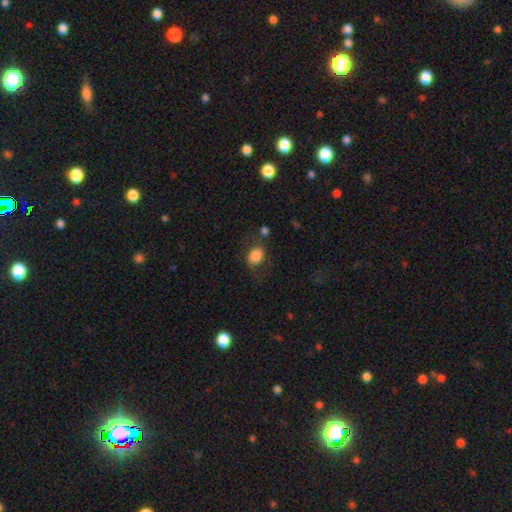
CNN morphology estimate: This appears to be a smooth galaxy with no disk features (80%) that is in between round and cigar-shaped (68%). Merging: none (59%).